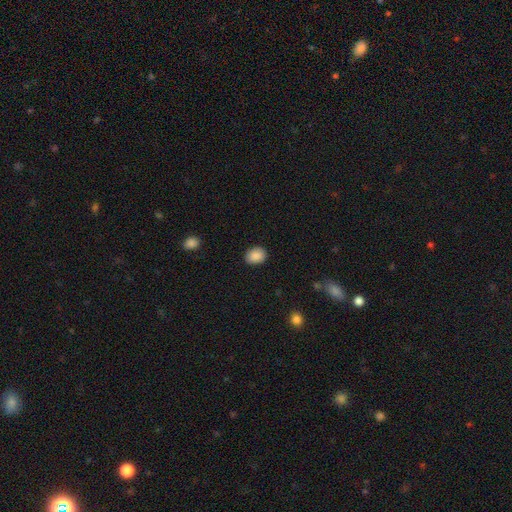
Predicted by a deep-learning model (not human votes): This is clearly a smooth galaxy (89%). How rounded: possibly in between (58%). Merging: clearly none (88%).